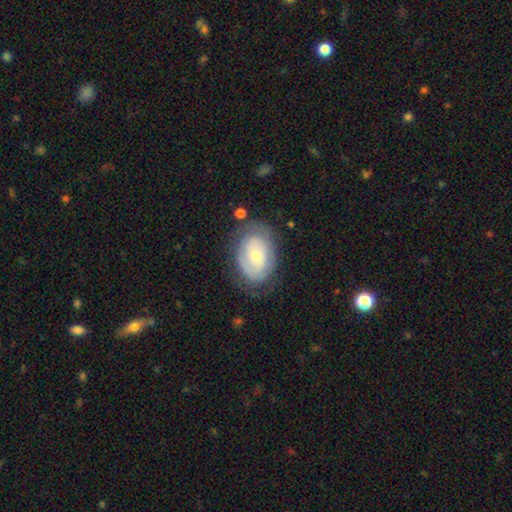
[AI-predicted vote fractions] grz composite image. It shows a featured or disk galaxy (57%) with no bar (76%), spiral arms (58%) and a small central bulge (56%). Merging: none (70%).